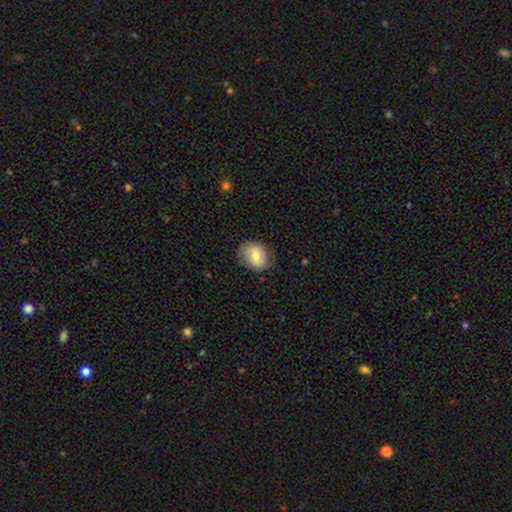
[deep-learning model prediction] The model was most divided on "how rounded": round: 51%, in between: 48%, cigar-shaped: 1%. More confident: merging — none (77%); smooth or featured — smooth (66%).